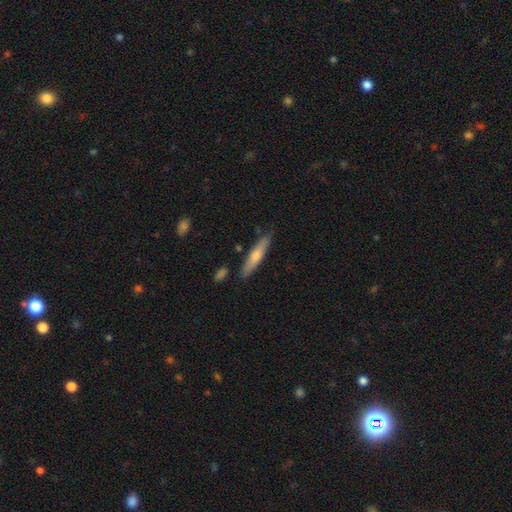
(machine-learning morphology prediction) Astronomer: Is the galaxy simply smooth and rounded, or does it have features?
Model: smooth — 53% (runner-up: featured or disk, 41%).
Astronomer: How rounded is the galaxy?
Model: cigar-shaped — 87%.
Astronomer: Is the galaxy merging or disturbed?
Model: none — 83%.